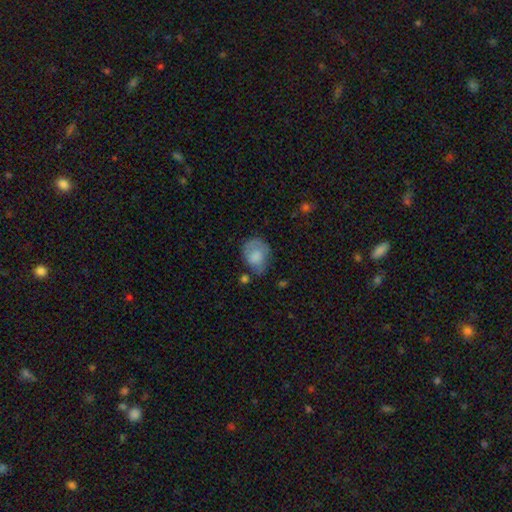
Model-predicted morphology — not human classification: This appears to be a smooth galaxy with no disk features (70%) that is in between round and cigar-shaped (58%). Merging: none (40%).